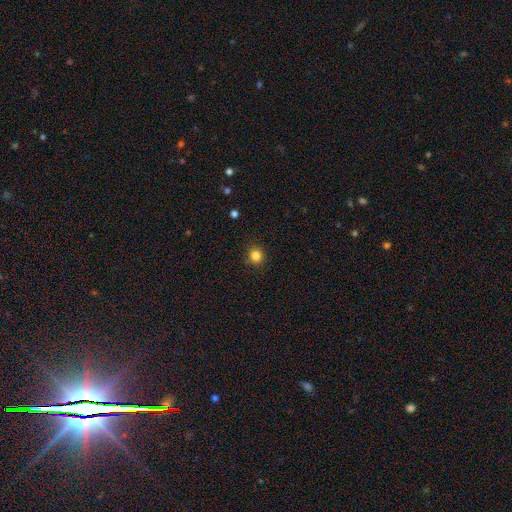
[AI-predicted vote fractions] smooth 84%, star or artifact 13%, featured or disk 4%. Down the decision tree: how rounded — round (91%); merging — none (90%).